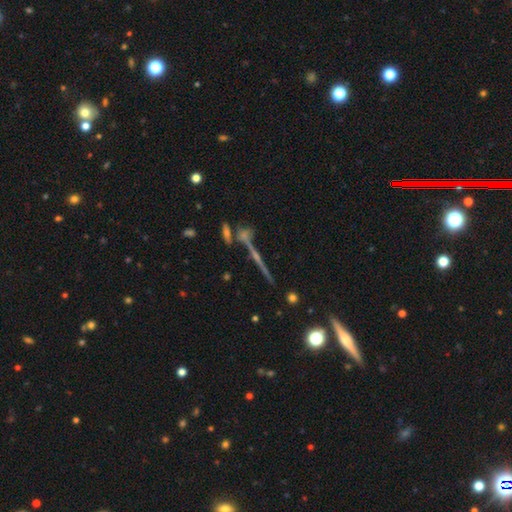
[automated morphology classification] Smooth or featured? featured or disk (55%)
Edge-on disk? yes (85%)
Merging? none (60%)